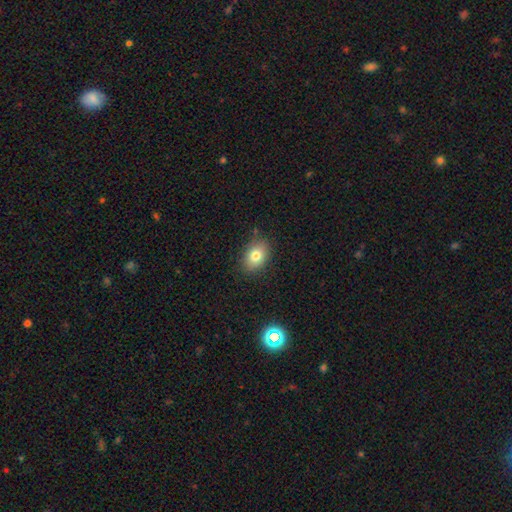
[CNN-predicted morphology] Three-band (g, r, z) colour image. It shows a smooth galaxy with no disk features (79%) that is in between round and cigar-shaped (77%). Merging: none (83%).